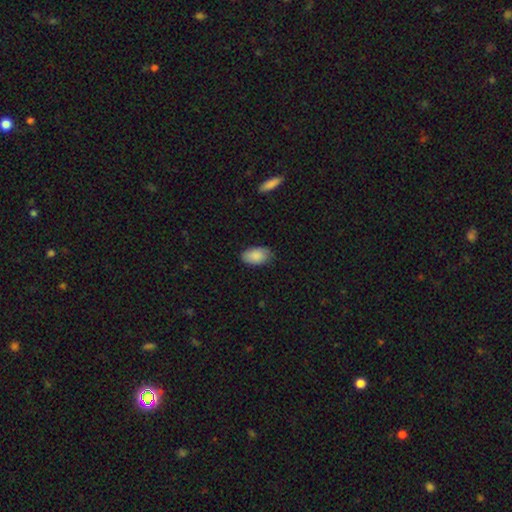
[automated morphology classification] smooth 88%, star or artifact 6%, featured or disk 6%. Down the decision tree: how rounded — in between (94%); merging — none (78%).